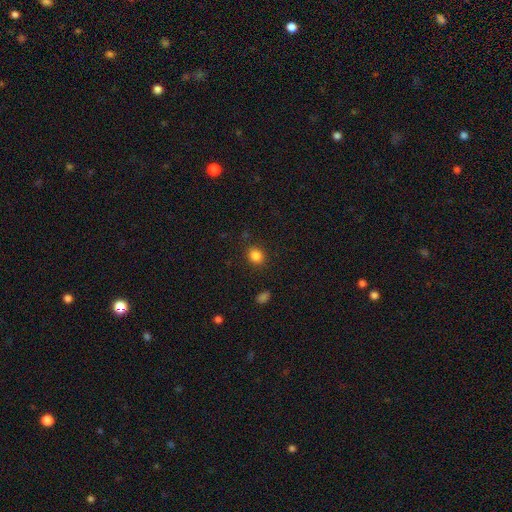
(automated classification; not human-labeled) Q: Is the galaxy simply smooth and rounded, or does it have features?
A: smooth — 84%.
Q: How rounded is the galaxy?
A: round — 67%.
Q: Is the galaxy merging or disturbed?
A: none — 87%.